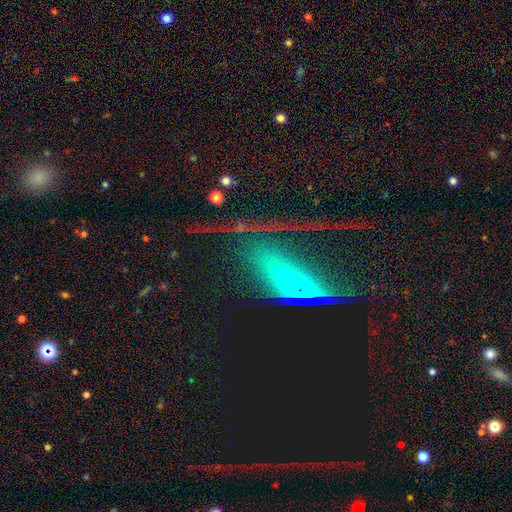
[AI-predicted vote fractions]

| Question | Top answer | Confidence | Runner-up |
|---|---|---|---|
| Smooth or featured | star or artifact | 41% | featured or disk (36%) |